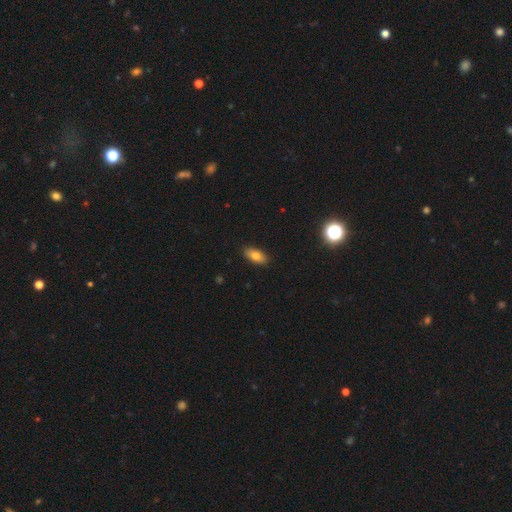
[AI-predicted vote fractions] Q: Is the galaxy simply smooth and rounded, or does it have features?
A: smooth — 76%.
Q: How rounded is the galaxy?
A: in between — 86%.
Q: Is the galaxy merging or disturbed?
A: none — 89%.